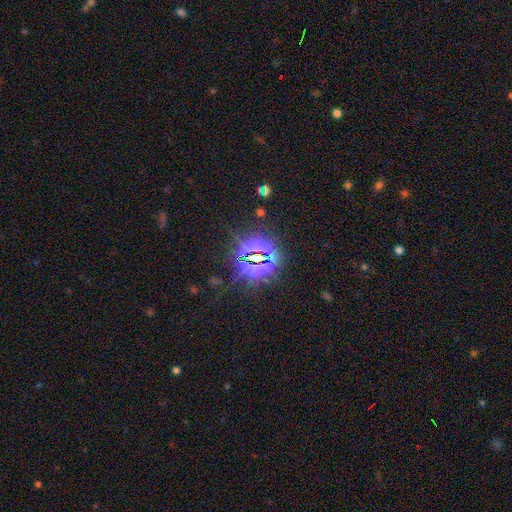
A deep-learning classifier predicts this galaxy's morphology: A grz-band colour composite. It shows a star or artifact, not a galaxy (83%).